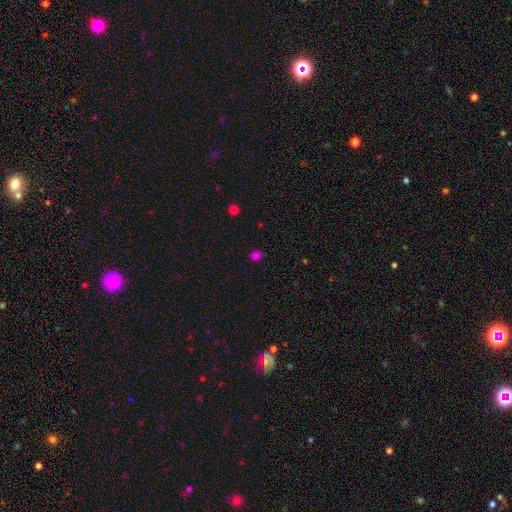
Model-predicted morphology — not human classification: A smooth galaxy with no disk features (77%) that is round (68%). Merging: none (87%).